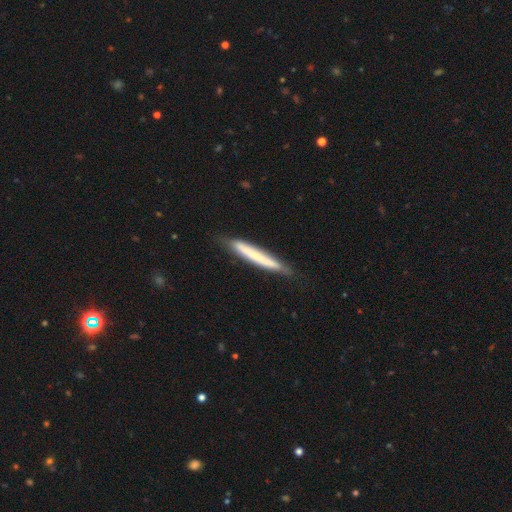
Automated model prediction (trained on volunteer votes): This is likely a smooth galaxy (61%). How rounded: clearly cigar-shaped (96%). Merging: likely none (79%).